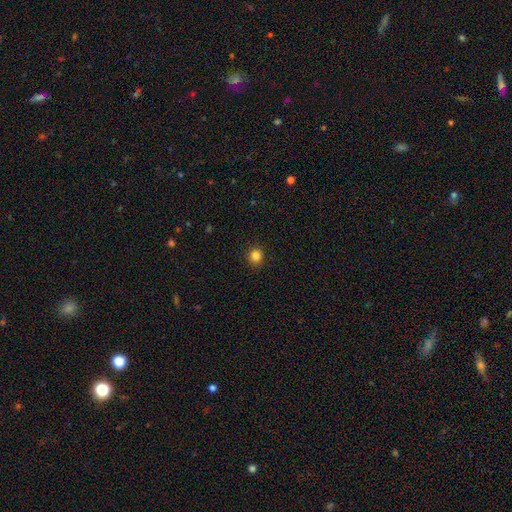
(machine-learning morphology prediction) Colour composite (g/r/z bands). It shows a smooth galaxy with no disk features (83%) that is round (88%). Merging: none (92%).